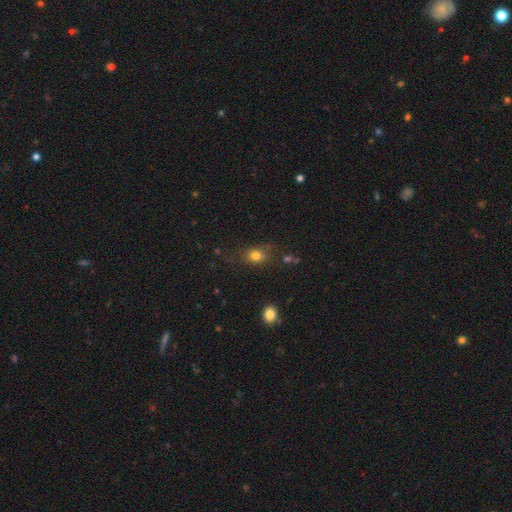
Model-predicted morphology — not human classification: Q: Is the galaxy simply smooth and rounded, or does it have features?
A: smooth — 78%.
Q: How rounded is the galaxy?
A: in between — 53%.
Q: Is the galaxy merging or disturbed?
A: none — 72%.